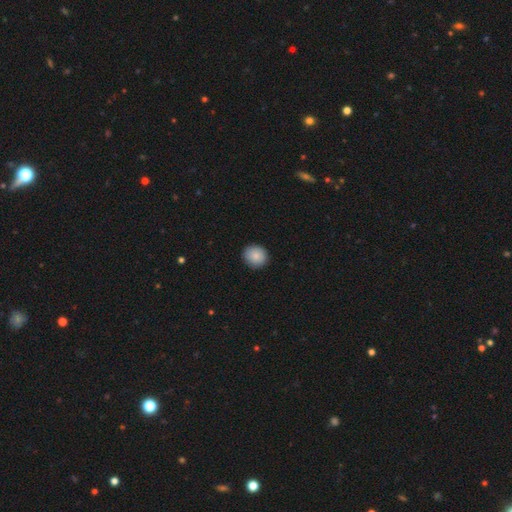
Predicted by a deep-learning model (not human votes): smooth-or-featured: smooth: 89% | star or artifact: 7% | featured or disk: 4%
  how-rounded: round: 84% | in between: 15% | cigar-shaped: 1%
  merging: none: 90% | minor disturbance: 7% | major disturbance: 2% | merger: 1%